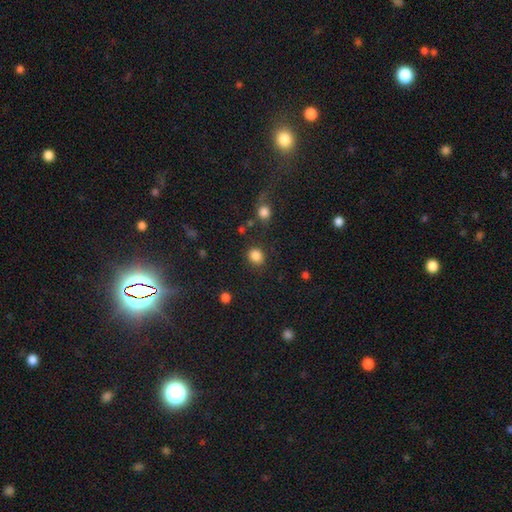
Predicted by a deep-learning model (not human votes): A smooth galaxy with no disk features (86%) that is round (74%). Merging: none (83%).